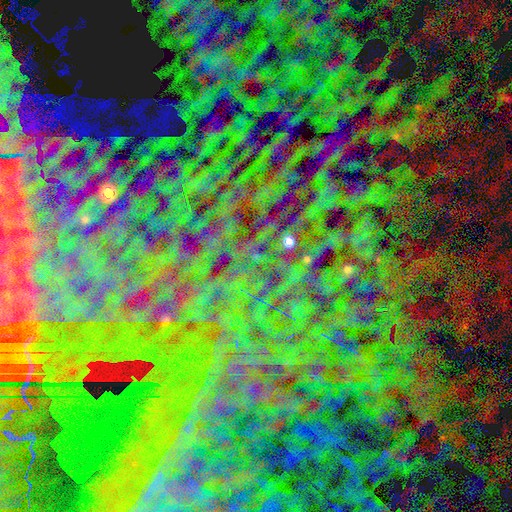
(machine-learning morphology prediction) smooth_or_featured: star or artifact (p=0.85) [alt: smooth p=0.08]